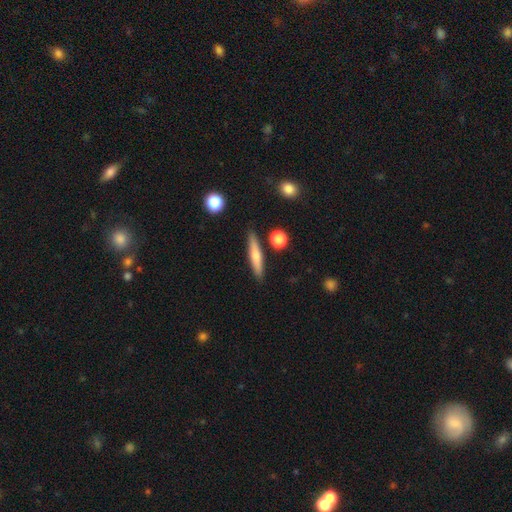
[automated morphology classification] The model was most divided on "smooth or featured": smooth: 58%, featured or disk: 36%, star or artifact: 7%. More confident: how rounded — cigar-shaped (86%); merging — none (85%).